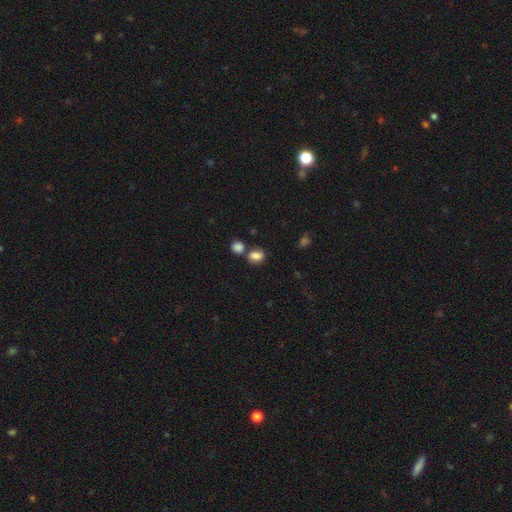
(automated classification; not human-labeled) This appears to be a smooth galaxy with no disk features (81%) that is in between round and cigar-shaped (62%). Merging: none (51%).